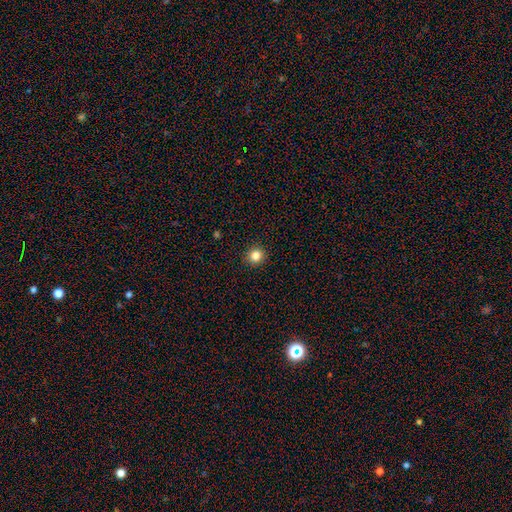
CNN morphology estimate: Smooth or featured? smooth (84%)
How rounded? round (92%)
Merging? none (92%)